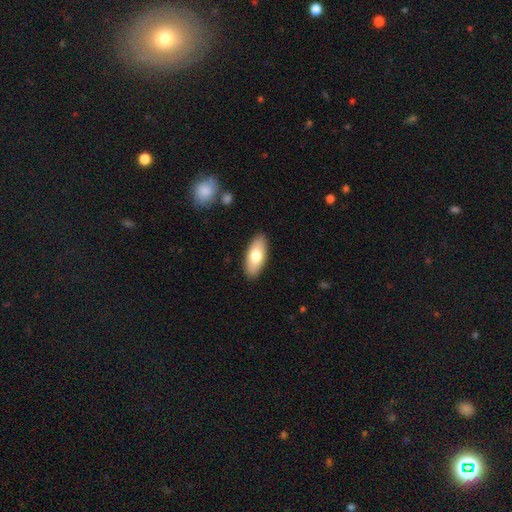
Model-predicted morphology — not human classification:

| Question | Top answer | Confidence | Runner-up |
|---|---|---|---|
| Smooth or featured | smooth | 74% | featured or disk (20%) |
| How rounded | in between | 86% | cigar-shaped (12%) |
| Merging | none | 89% | minor disturbance (8%) |